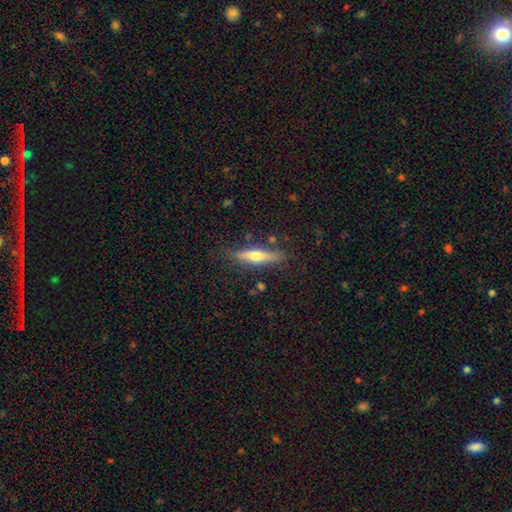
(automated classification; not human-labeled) Smooth or featured? featured or disk (50%)
Merging? none (82%)